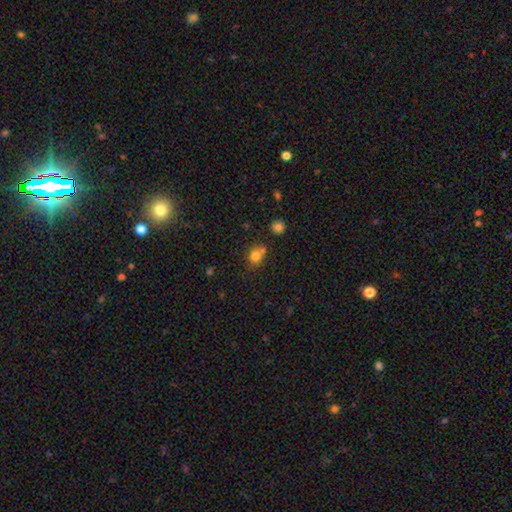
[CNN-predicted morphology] smooth 78%, star or artifact 13%, featured or disk 9%. Down the decision tree: how rounded — round (72%); merging — none (52%).